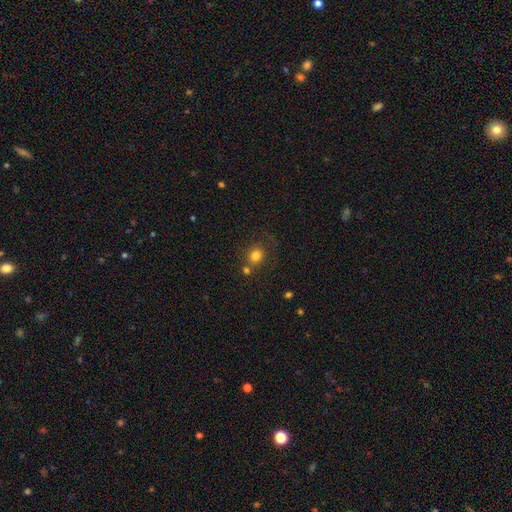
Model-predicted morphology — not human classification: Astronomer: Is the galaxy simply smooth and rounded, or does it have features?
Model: smooth — 79%.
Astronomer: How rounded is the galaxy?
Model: round — 78%.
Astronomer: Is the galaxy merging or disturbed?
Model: none — 66%.